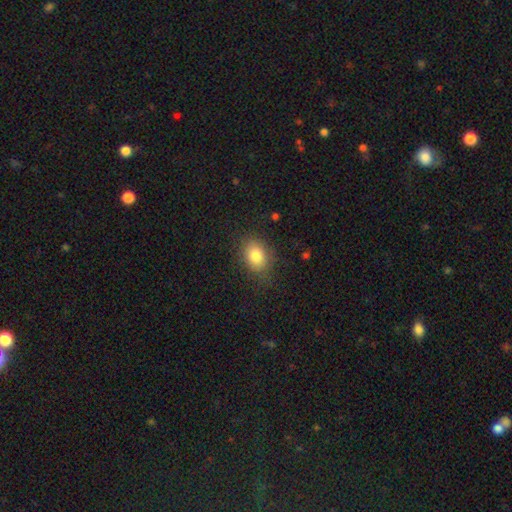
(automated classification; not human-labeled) Q: Smooth or featured?
A: smooth (83%); runner-up: star or artifact (9%)
Q: How rounded?
A: in between (72%); runner-up: round (27%)
Q: Merging?
A: none (80%); runner-up: minor disturbance (14%)